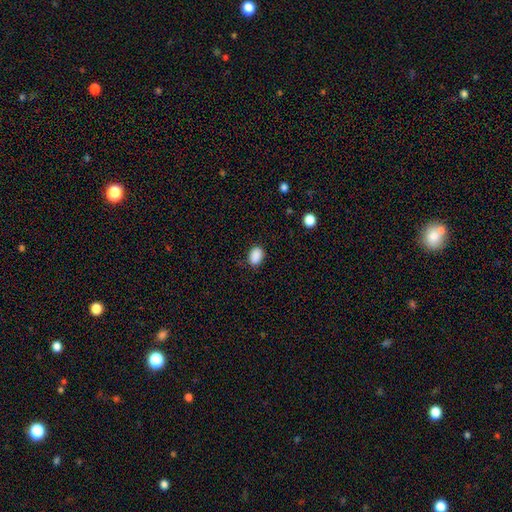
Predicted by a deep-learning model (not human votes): Smooth or featured? Predicted: smooth (p=0.89). How rounded? Predicted: in between (p=0.77). Merging? Predicted: none (p=0.85).